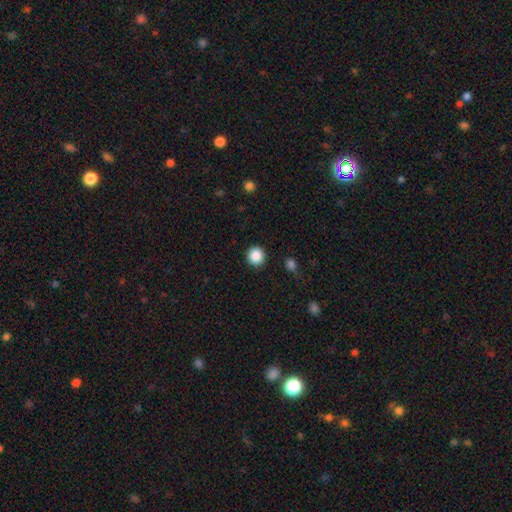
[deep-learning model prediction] Q: Smooth or featured?
A: smooth (87%); runner-up: star or artifact (10%)
Q: How rounded?
A: round (93%); runner-up: in between (6%)
Q: Merging?
A: none (91%); runner-up: minor disturbance (5%)